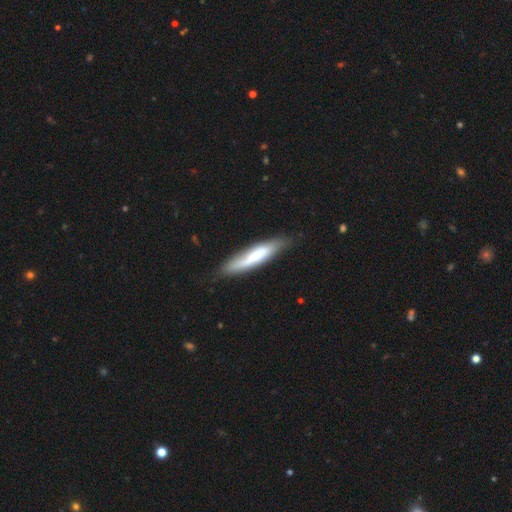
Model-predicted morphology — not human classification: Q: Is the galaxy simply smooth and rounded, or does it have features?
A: smooth — 57%.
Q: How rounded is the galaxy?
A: cigar-shaped — 79%.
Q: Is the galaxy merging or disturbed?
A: none — 74%.